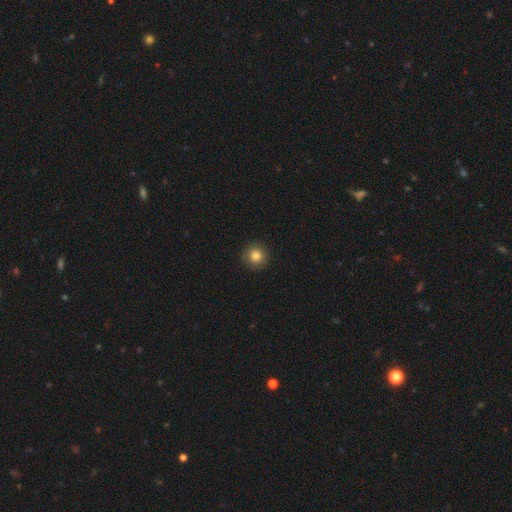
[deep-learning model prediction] This appears to be a smooth galaxy with no disk features (82%) that is round (95%). Merging: none (91%).